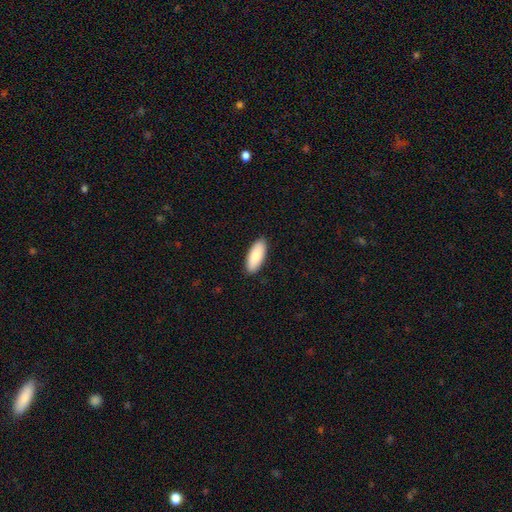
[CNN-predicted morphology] This appears to be a smooth galaxy with no disk features (88%) that is in between round and cigar-shaped (84%). Merging: none (90%).